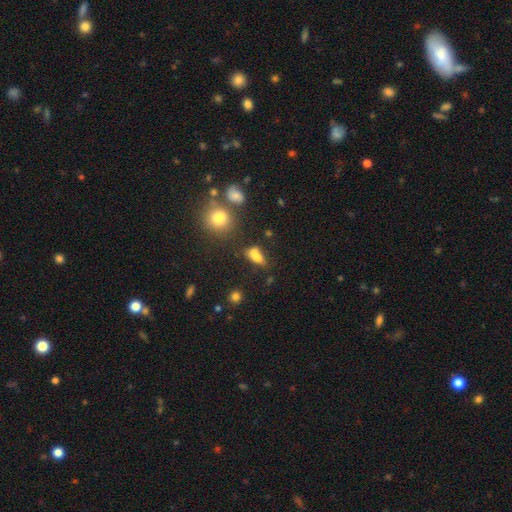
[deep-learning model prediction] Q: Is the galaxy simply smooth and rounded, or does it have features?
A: smooth — 71%.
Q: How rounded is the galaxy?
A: in between — 71%.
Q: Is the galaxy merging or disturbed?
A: merger — 44%.